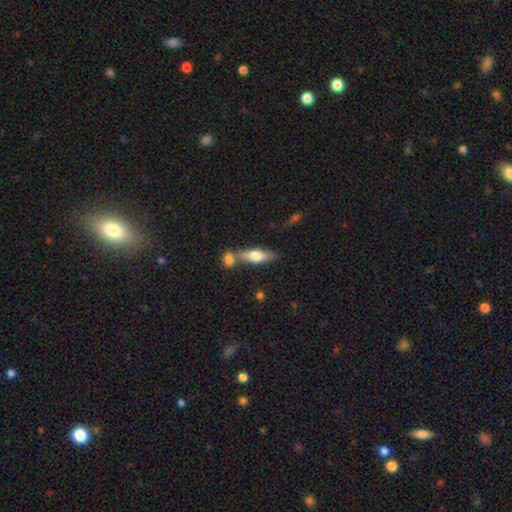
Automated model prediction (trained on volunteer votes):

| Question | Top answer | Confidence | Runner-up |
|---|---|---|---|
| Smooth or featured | smooth | 64% | featured or disk (30%) |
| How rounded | in between | 54% | cigar-shaped (43%) |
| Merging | none | 55% | merger (30%) |